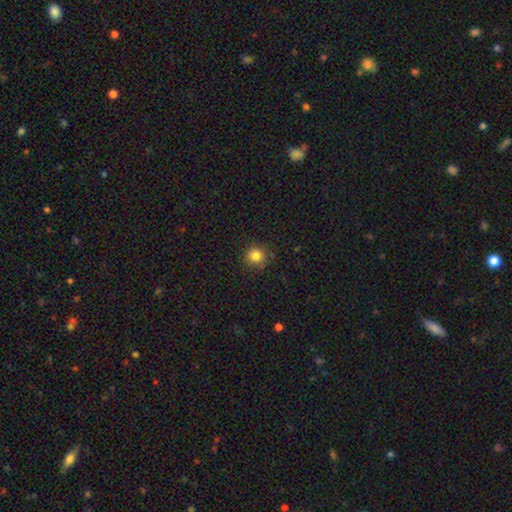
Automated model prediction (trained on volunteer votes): smooth-or-featured: smooth: 84% | star or artifact: 12% | featured or disk: 5%
  how-rounded: round: 93% | in between: 7% | cigar-shaped: 1%
  merging: none: 88% | minor disturbance: 8% | major disturbance: 2% | merger: 1%